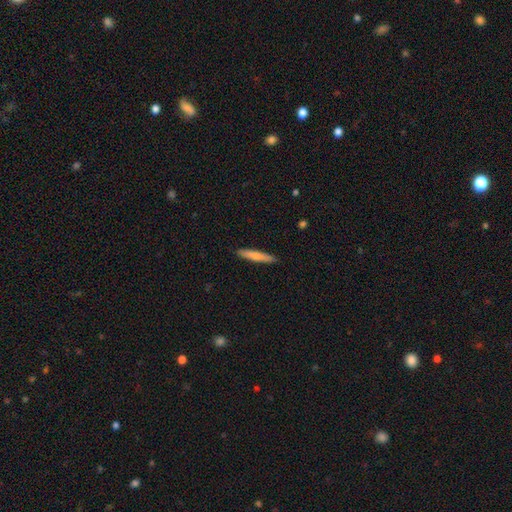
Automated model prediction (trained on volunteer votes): Smooth or featured: smooth — 74% (featured or disk — 20%)
How rounded: cigar-shaped — 93% (in between — 5%)
Merging: none — 90% (minor disturbance — 7%)